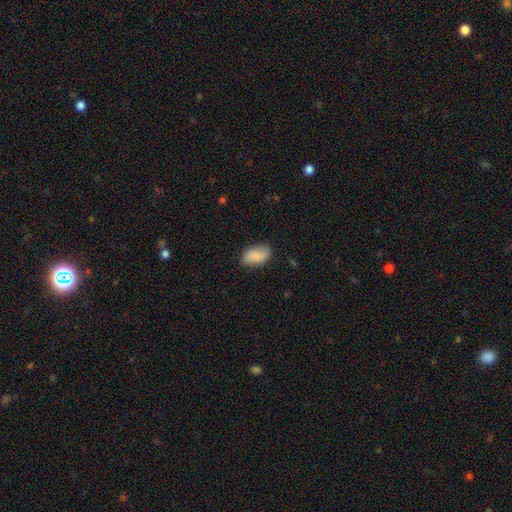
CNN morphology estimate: Overall: smooth (85%). How rounded: in between (92%). Merging: none (76%).